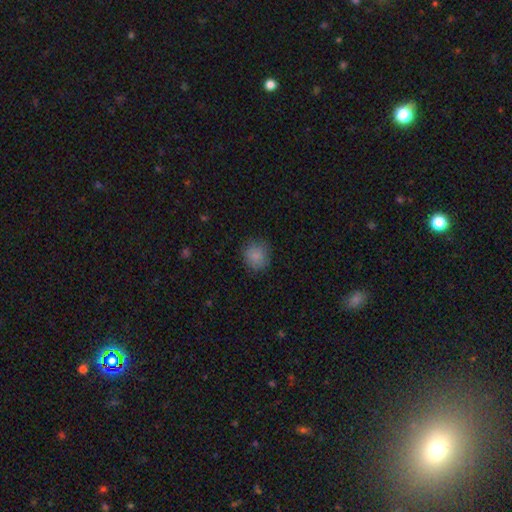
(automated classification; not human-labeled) This is clearly a smooth galaxy (85%). How rounded: clearly round (86%). Merging: clearly none (83%).